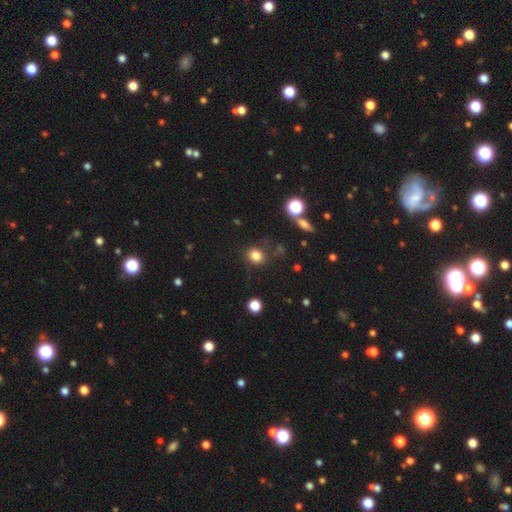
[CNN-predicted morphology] This is clearly a smooth galaxy (82%). How rounded: likely round (79%). Merging: clearly none (81%).